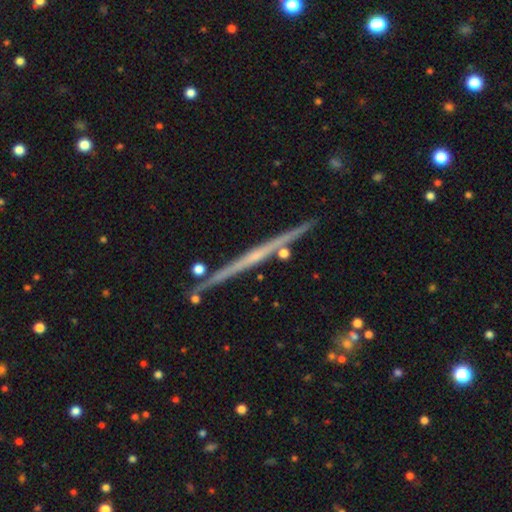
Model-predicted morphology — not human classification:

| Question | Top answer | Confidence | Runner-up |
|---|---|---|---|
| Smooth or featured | featured or disk | 74% | smooth (19%) |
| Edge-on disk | yes | 98% | no (2%) |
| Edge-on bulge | none | 75% | rounded (20%) |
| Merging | none | 89% | minor disturbance (7%) |